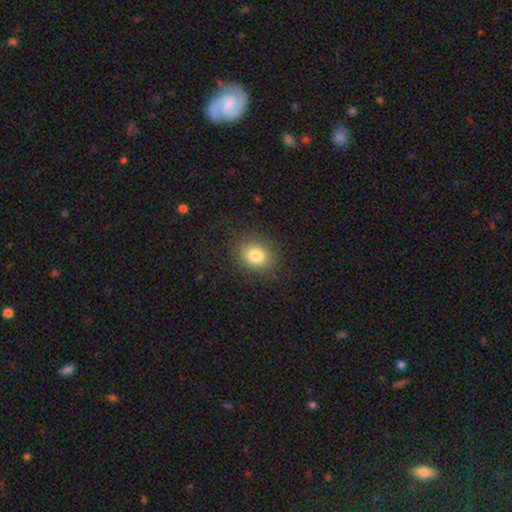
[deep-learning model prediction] Morphology: type=smooth (81%); roundness=round (60%); merging=none (87%).